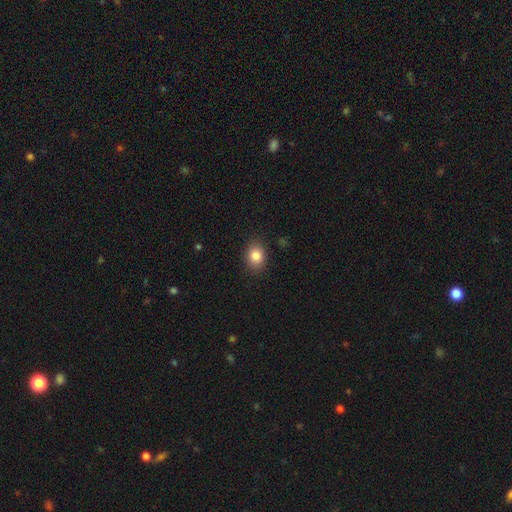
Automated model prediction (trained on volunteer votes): Smooth or featured?
  - smooth: 84% *
  - star or artifact: 10%
  - featured or disk: 6%
How rounded?
  - in between: 60% *
  - round: 39%
  - cigar-shaped: 1%
Merging?
  - none: 87% *
  - minor disturbance: 10%
  - major disturbance: 3%
  - merger: 1%